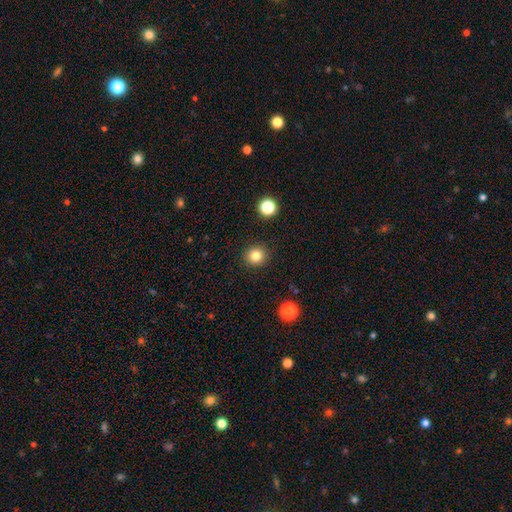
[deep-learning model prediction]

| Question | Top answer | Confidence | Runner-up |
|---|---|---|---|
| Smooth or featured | smooth | 82% | star or artifact (13%) |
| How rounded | round | 91% | in between (8%) |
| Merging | none | 92% | minor disturbance (5%) |